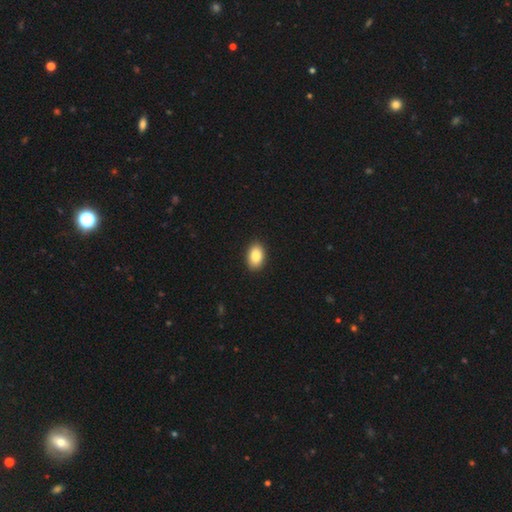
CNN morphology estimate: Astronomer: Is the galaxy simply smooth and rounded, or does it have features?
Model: smooth — 86%.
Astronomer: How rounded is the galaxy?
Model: in between — 89%.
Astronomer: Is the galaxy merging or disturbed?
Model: none — 90%.